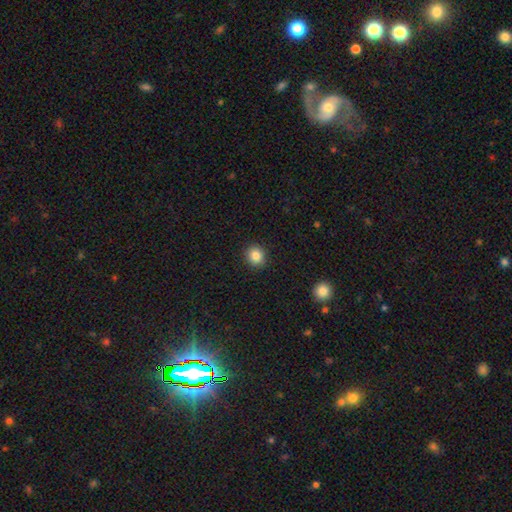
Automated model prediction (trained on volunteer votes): The model was most divided on "how rounded": round: 82%, in between: 17%, cigar-shaped: 1%. More confident: merging — none (91%); smooth or featured — smooth (85%).